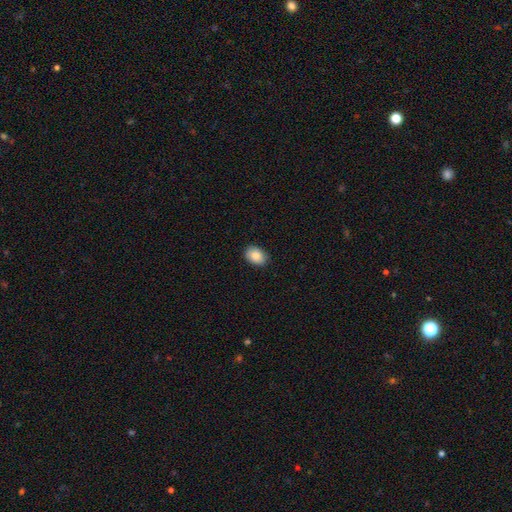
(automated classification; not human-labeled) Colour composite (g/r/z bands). It shows a smooth galaxy with no disk features (87%) that is in between round and cigar-shaped (79%). Merging: none (89%).